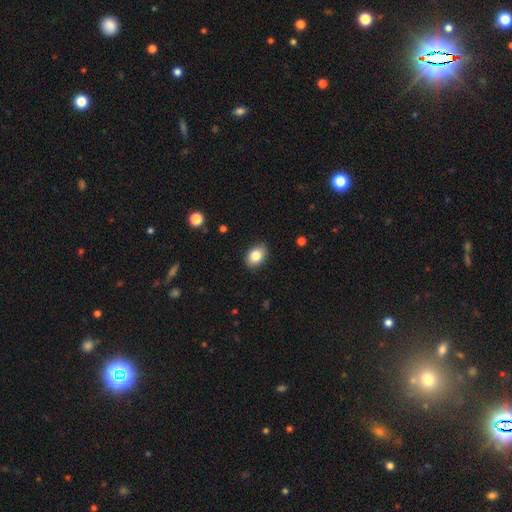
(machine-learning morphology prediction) This is clearly a smooth galaxy (84%). How rounded: likely in between (79%). Merging: clearly none (88%).